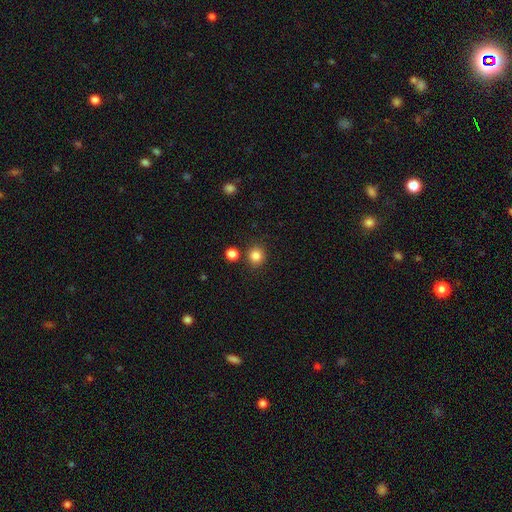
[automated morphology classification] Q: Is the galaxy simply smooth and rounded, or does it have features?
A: smooth — 84%.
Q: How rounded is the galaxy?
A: round — 87%.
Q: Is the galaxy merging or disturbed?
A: none — 84%.